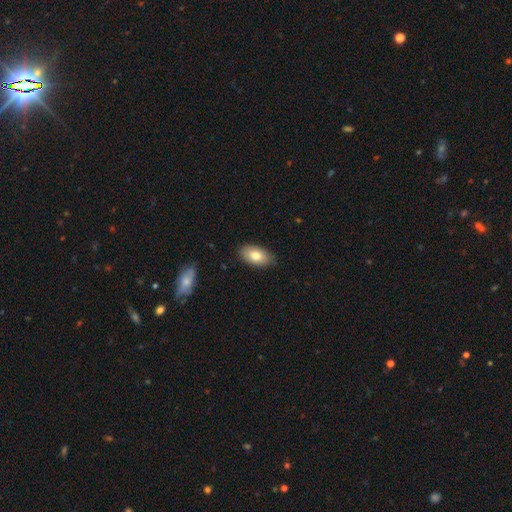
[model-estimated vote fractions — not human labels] smooth-or-featured: smooth: 79% | featured or disk: 15% | star or artifact: 7%
  how-rounded: in between: 93% | round: 5% | cigar-shaped: 2%
  merging: none: 86% | minor disturbance: 11% | major disturbance: 2% | merger: 1%